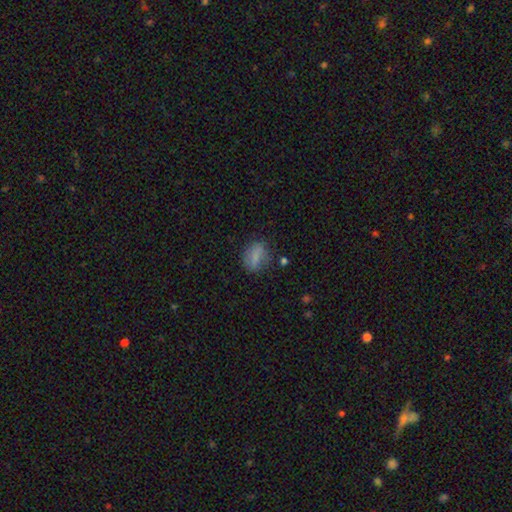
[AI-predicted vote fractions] smooth 73%, featured or disk 17%, star or artifact 10%. Down the decision tree: how rounded — in between (67%); merging — none (71%).